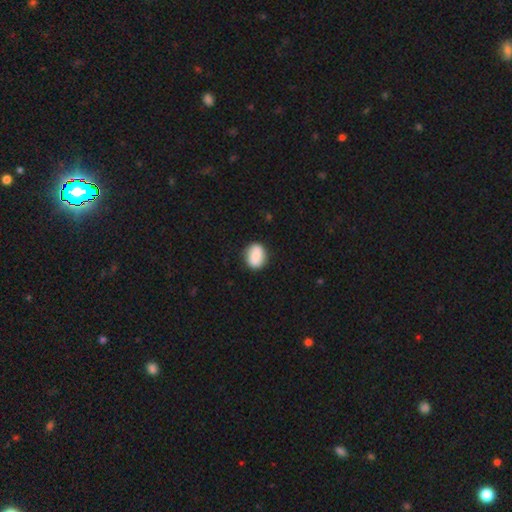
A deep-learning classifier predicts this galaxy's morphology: Smooth or featured? smooth (80%)
How rounded? in between (56%)
Merging? none (84%)